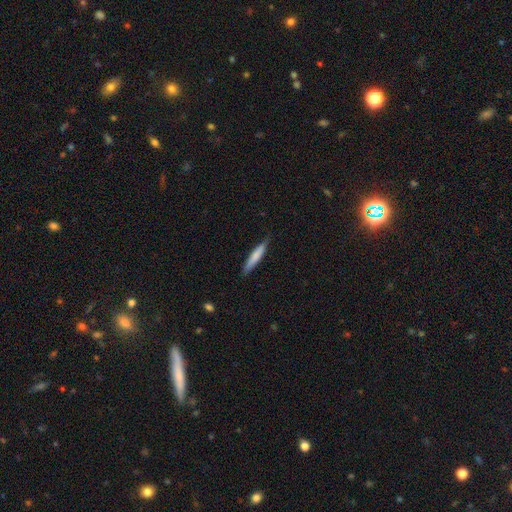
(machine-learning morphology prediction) Smooth or featured? smooth (73%)
How rounded? cigar-shaped (91%)
Merging? none (83%)